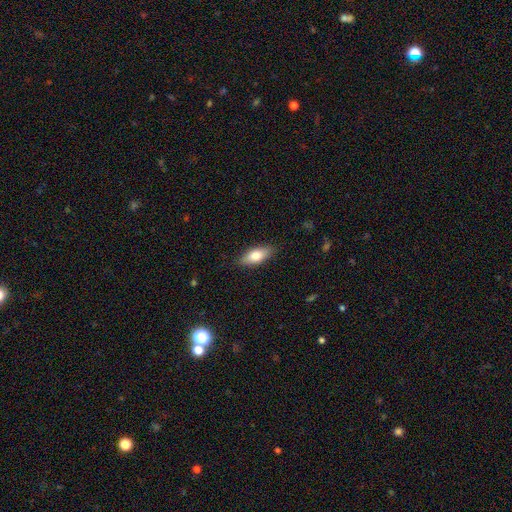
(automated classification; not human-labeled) Morphology: type=smooth (76%); roundness=in between (81%); merging=none (85%).